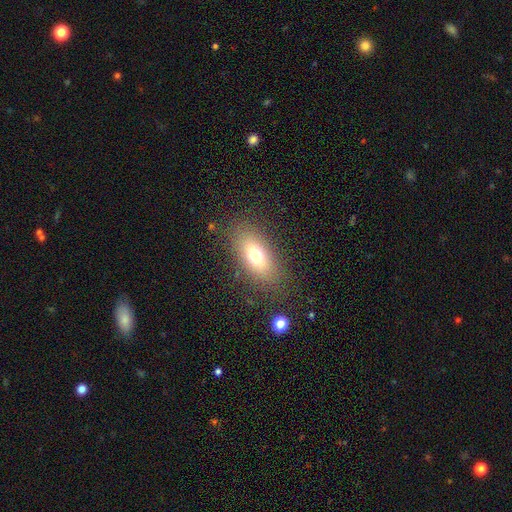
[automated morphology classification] Smooth or featured? smooth (70%)
How rounded? in between (83%)
Merging? none (82%)